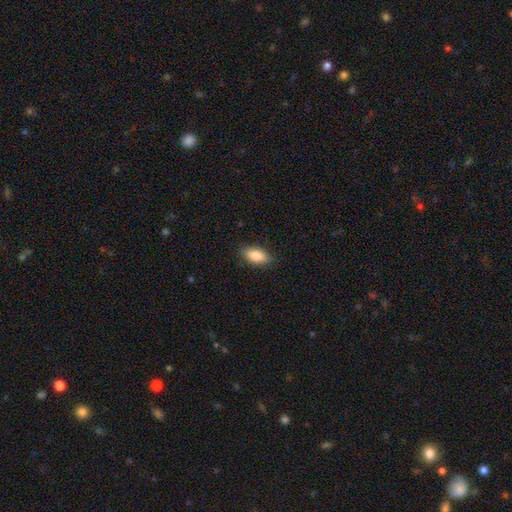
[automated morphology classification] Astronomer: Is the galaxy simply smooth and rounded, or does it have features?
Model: smooth — 85%.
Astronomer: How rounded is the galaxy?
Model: in between — 87%.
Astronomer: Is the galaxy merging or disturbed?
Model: none — 86%.